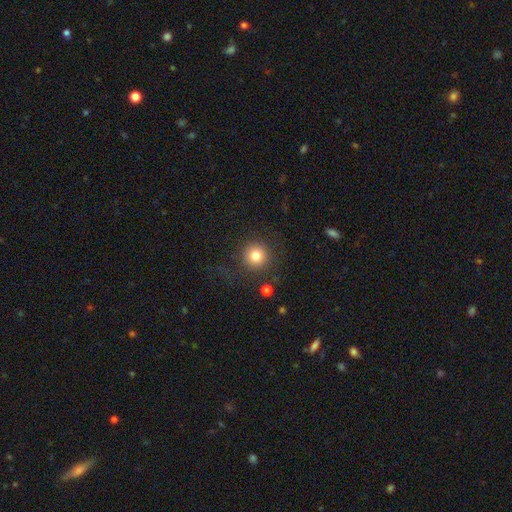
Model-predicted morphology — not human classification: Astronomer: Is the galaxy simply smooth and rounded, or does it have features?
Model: smooth — 80%.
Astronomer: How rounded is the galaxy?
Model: round — 95%.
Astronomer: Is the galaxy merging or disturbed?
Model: none — 87%.